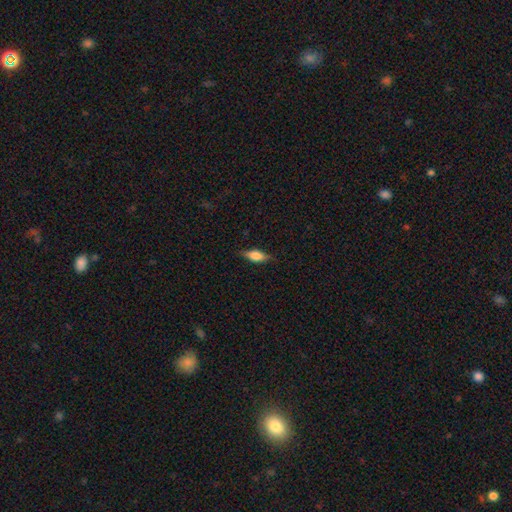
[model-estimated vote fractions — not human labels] Q: Smooth or featured?
A: smooth (64%); runner-up: featured or disk (28%)
Q: How rounded?
A: in between (73%); runner-up: cigar-shaped (22%)
Q: Merging?
A: none (81%); runner-up: minor disturbance (15%)